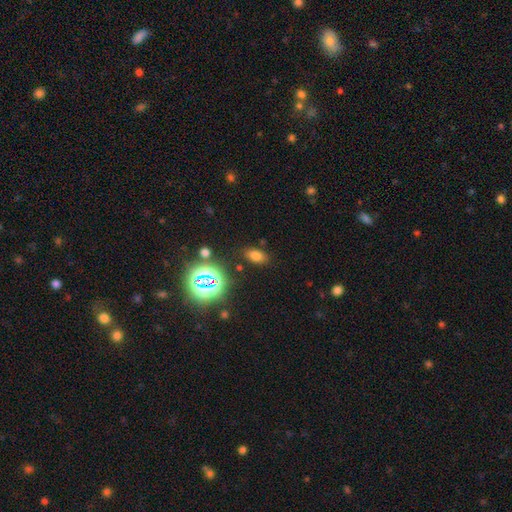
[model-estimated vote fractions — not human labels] This is likely a smooth galaxy (67%). How rounded: clearly in between (86%). Merging: clearly none (83%).